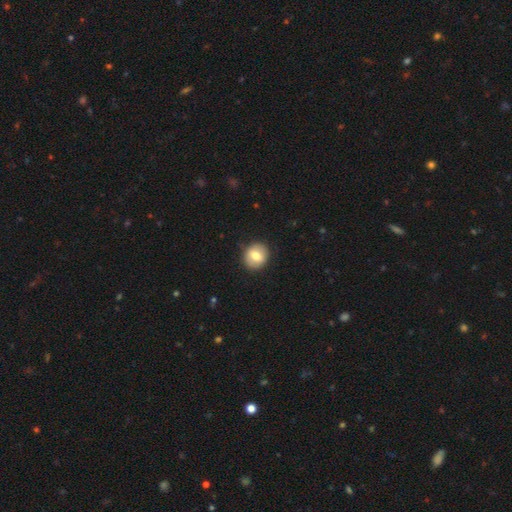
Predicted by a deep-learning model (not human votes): This is likely a smooth galaxy (73%). How rounded: clearly round (82%). Merging: clearly none (89%).